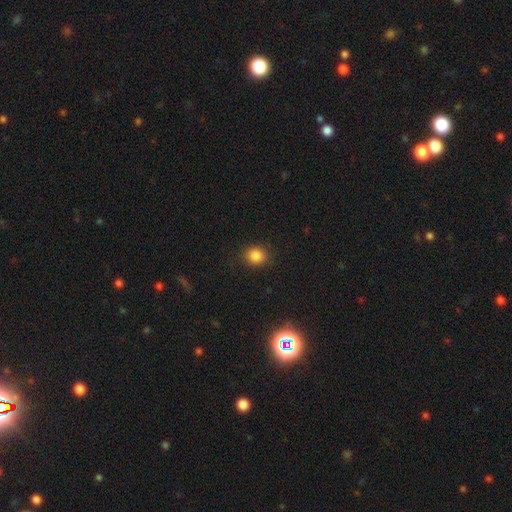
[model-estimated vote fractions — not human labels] smooth_or_featured: smooth (p=0.84) [alt: star or artifact p=0.11]
how_rounded: round (p=0.78) [alt: in between p=0.21]
merging: none (p=0.87) [alt: minor disturbance p=0.09]